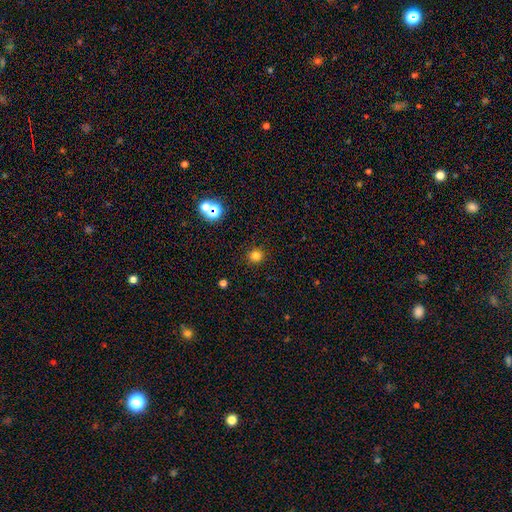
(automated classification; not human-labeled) smooth-or-featured: smooth: 79% | star or artifact: 16% | featured or disk: 5%
  how-rounded: round: 93% | in between: 6% | cigar-shaped: 1%
  merging: none: 91% | minor disturbance: 5% | major disturbance: 2% | merger: 1%